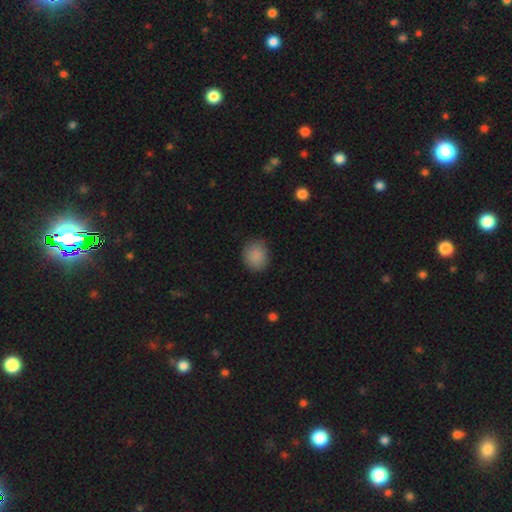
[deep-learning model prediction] A smooth galaxy with no disk features (87%) that is round (69%).

Vote fractions:
- Smooth or featured? smooth: 87% / star or artifact: 9% / featured or disk: 5%
- How rounded? round: 69% / in between: 30% / cigar-shaped: 1%
- Merging? none: 81% / minor disturbance: 14% / major disturbance: 3% / merger: 1%